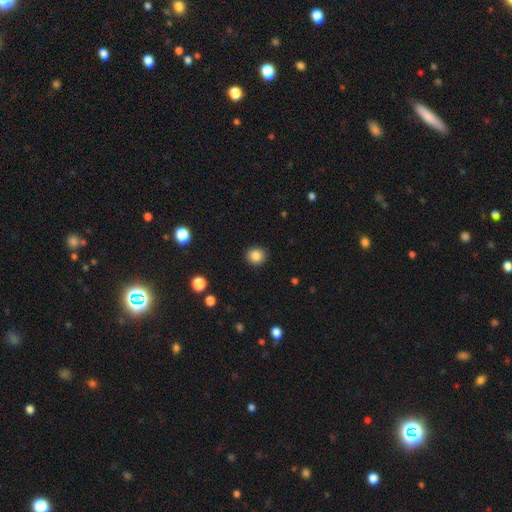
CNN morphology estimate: This appears to be a smooth galaxy with no disk features (85%) that is round (90%). Merging: none (92%).